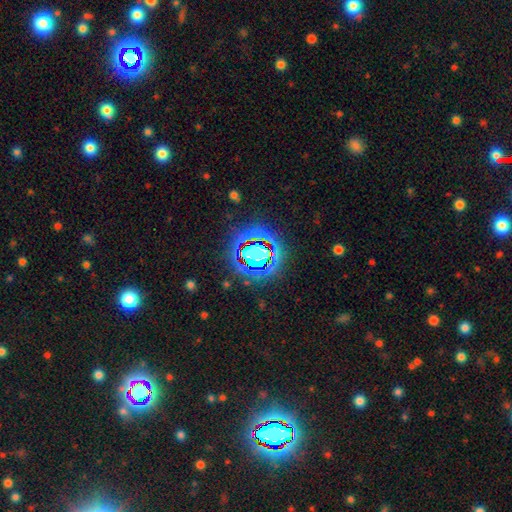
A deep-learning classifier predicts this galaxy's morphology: A star or artifact, not a galaxy (80%).

Vote fractions:
- Smooth or featured? star or artifact: 80% / smooth: 11% / featured or disk: 9%